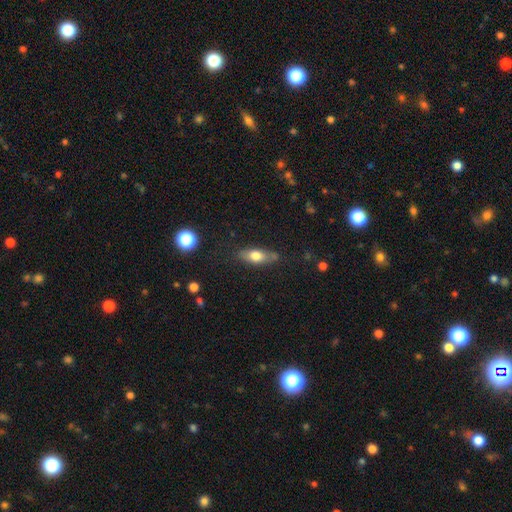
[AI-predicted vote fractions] Overall: smooth (66%; featured or disk 27%). How rounded: in between (69%). Merging: none (73%).